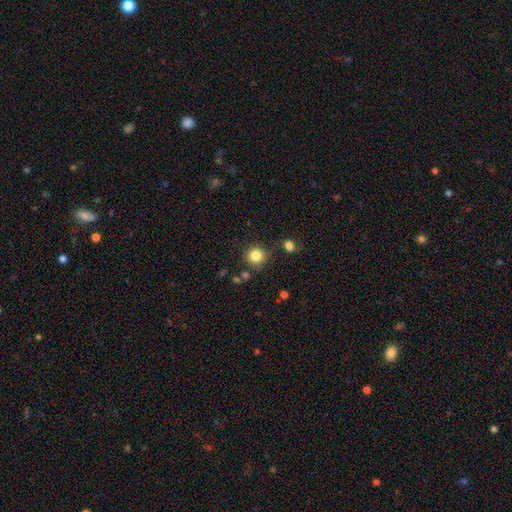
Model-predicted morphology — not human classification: Smooth or featured?
  - smooth: 83% *
  - star or artifact: 12%
  - featured or disk: 6%
How rounded?
  - round: 93% *
  - in between: 6%
  - cigar-shaped: 1%
Merging?
  - none: 83% *
  - minor disturbance: 9%
  - merger: 5%
  - major disturbance: 3%